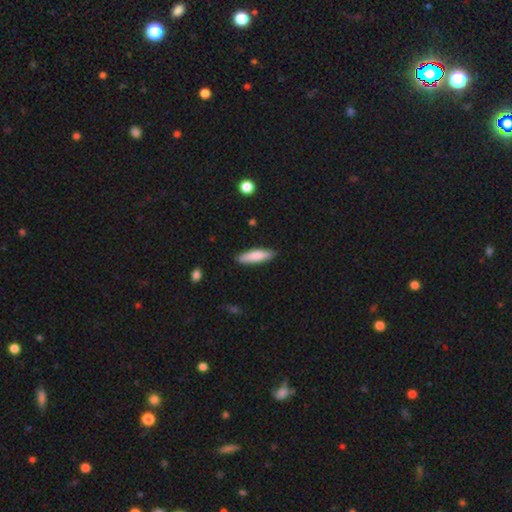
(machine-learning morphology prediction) Smooth or featured: smooth — 82% (featured or disk — 13%)
How rounded: cigar-shaped — 67% (in between — 31%)
Merging: none — 87% (minor disturbance — 10%)